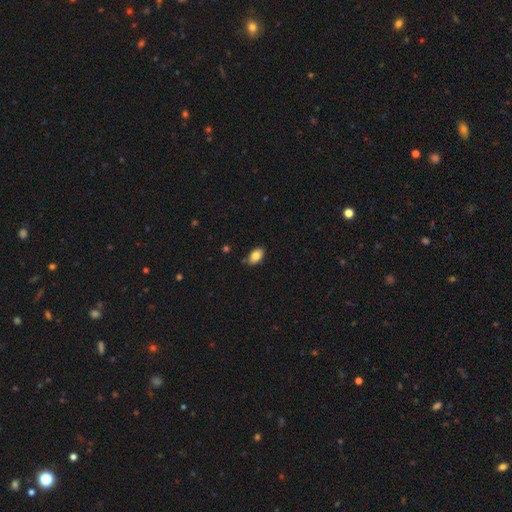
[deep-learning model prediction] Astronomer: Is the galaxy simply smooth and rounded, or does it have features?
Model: smooth — 83%.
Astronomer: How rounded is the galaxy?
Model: in between — 92%.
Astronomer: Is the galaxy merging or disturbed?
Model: none — 82%.